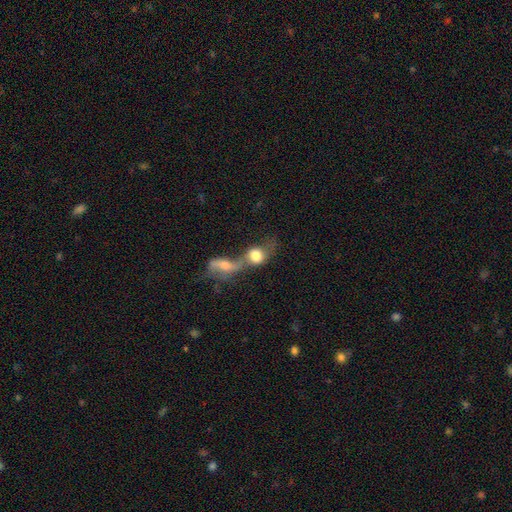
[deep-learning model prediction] Smooth or featured? Predicted: smooth (p=0.64). How rounded? Predicted: round (p=0.49). Merging? Predicted: merger (p=0.76).